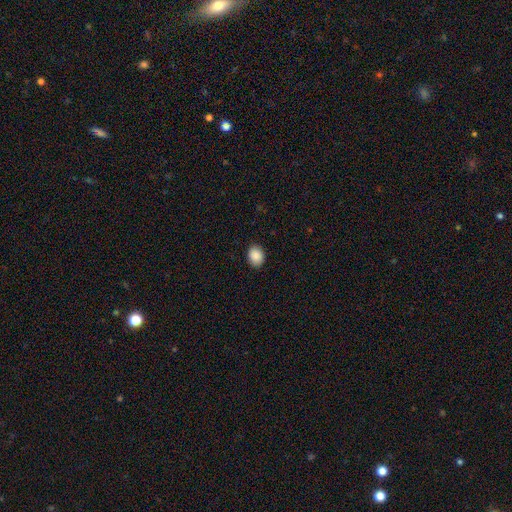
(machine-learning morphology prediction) Smooth or featured? smooth (89%)
How rounded? in between (56%)
Merging? none (89%)